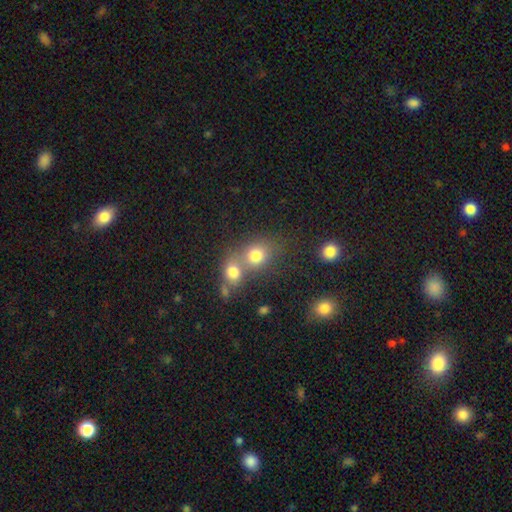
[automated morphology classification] Smooth or featured: smooth — 77% (star or artifact — 13%)
How rounded: round — 67% (in between — 32%)
Merging: merger — 54% (none — 35%)